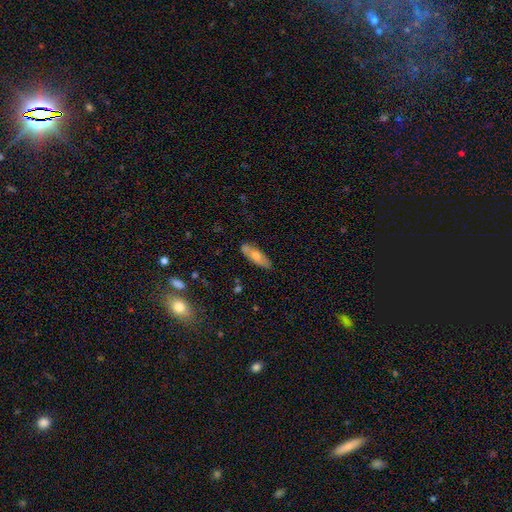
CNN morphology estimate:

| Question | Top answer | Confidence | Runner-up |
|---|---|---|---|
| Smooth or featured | smooth | 54% | featured or disk (38%) |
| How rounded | in between | 60% | cigar-shaped (37%) |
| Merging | none | 79% | minor disturbance (14%) |